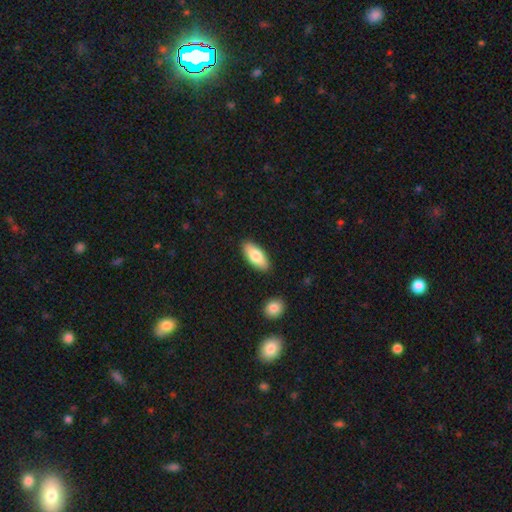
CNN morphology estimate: smooth_or_featured: smooth (p=0.80) [alt: featured or disk p=0.14]
how_rounded: in between (p=0.85) [alt: cigar-shaped p=0.13]
merging: none (p=0.88) [alt: minor disturbance p=0.08]